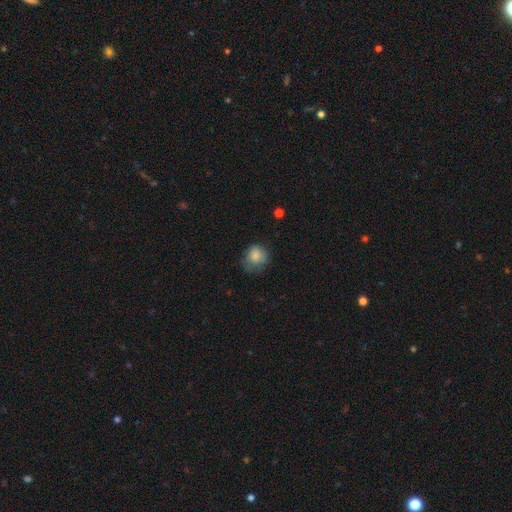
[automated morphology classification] Smooth or featured? smooth (81%)
How rounded? round (75%)
Merging? none (54%)